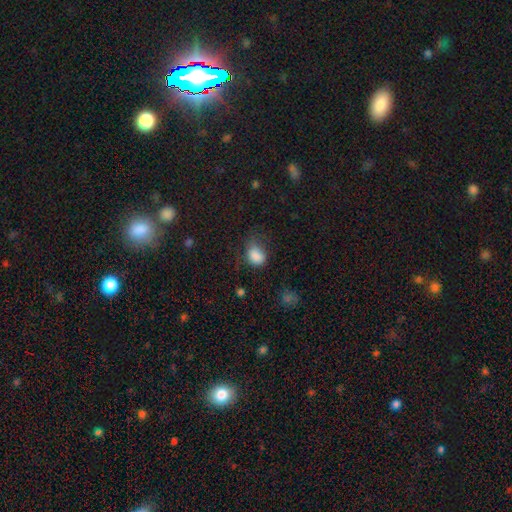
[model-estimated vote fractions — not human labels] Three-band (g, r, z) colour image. It shows a smooth galaxy with no disk features (83%) that is in between round and cigar-shaped (68%). Merging: none (42%).